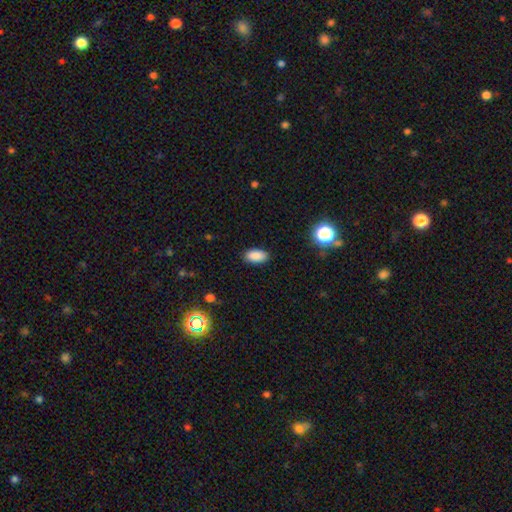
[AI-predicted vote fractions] Smooth or featured: smooth — 87% (star or artifact — 9%)
How rounded: in between — 93% (round — 4%)
Merging: none — 88% (minor disturbance — 9%)